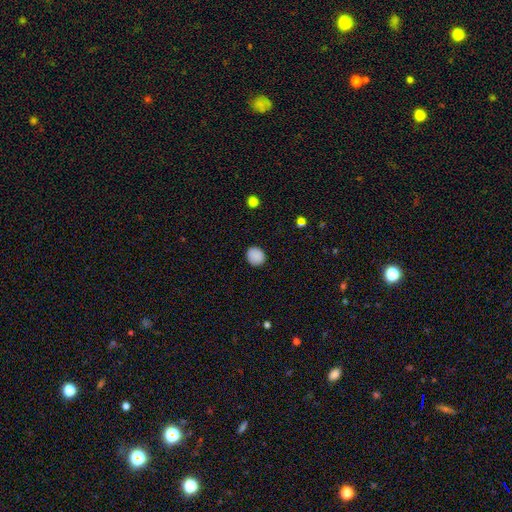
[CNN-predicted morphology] Smooth or featured? Predicted: smooth (p=0.87). How rounded? Predicted: round (p=0.85). Merging? Predicted: none (p=0.89).